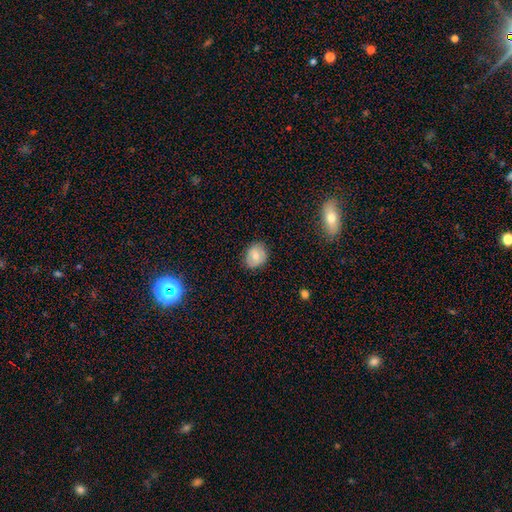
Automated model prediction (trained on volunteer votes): Q: Smooth or featured?
A: smooth (68%); runner-up: featured or disk (23%)
Q: How rounded?
A: round (61%); runner-up: in between (38%)
Q: Merging?
A: none (81%); runner-up: minor disturbance (15%)